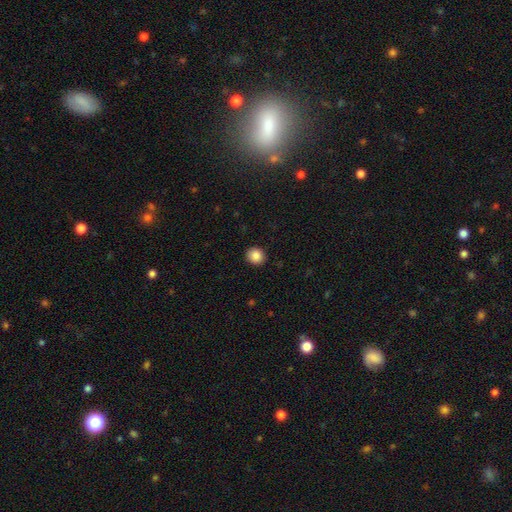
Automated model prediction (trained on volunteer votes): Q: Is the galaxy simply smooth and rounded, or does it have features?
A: smooth — 87%.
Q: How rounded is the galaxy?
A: round — 86%.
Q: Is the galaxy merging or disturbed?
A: none — 91%.